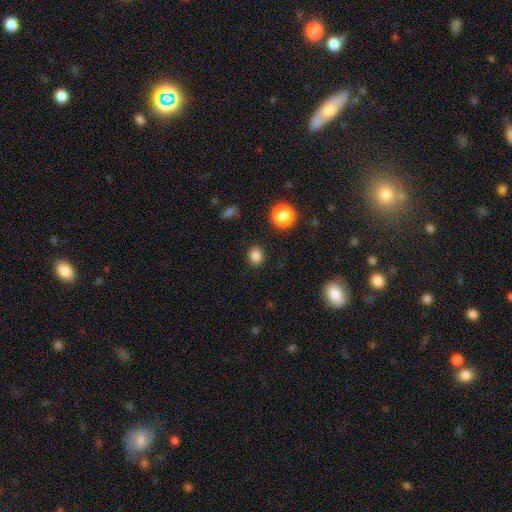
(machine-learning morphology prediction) A smooth galaxy with no disk features (83%) that is round (56%). Merging: none (88%).